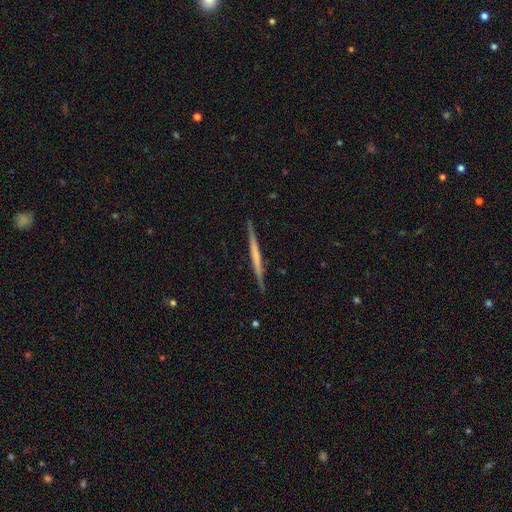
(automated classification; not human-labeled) A featured or disk galaxy (58%) viewed edge-on (98%) with no central bulge (82%).

Vote fractions:
- Smooth or featured? featured or disk: 58% / smooth: 36% / star or artifact: 5%
- Edge-on disk? yes: 98% / no: 2%
- Edge-on bulge? none: 82% / rounded: 10% / boxy: 8%
- Merging? none: 91% / minor disturbance: 7% / major disturbance: 1% / merger: 1%